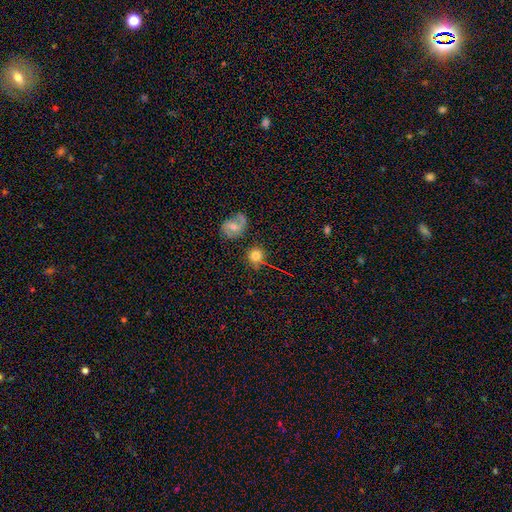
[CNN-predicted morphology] A smooth galaxy with no disk features (75%) that is round (89%).

Vote fractions:
- Smooth or featured? smooth: 75% / star or artifact: 13% / featured or disk: 12%
- How rounded? round: 89% / in between: 9% / cigar-shaped: 1%
- Merging? none: 79% / minor disturbance: 10% / merger: 7% / major disturbance: 4%